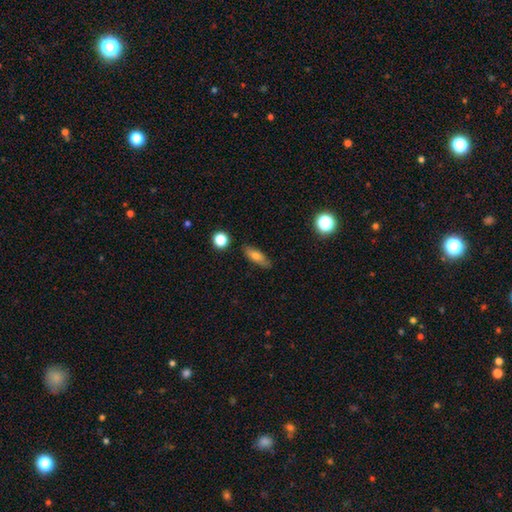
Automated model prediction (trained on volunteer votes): Smooth or featured? smooth (71%)
How rounded? in between (58%)
Merging? none (80%)